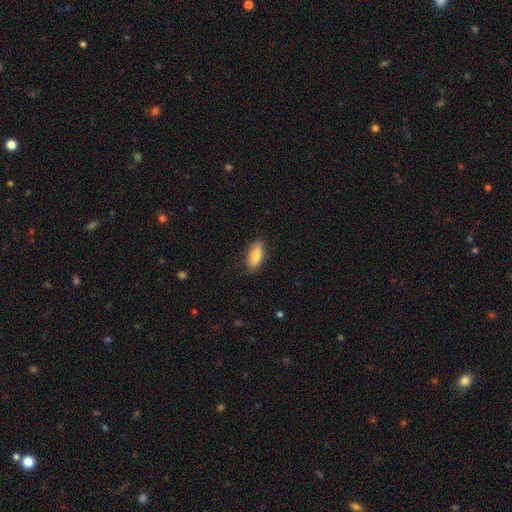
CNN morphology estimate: This is clearly a smooth galaxy (82%). How rounded: clearly in between (81%). Merging: clearly none (86%).